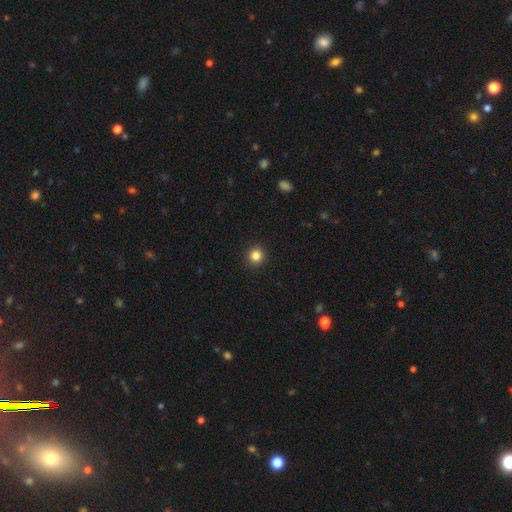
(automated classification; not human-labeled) Smooth or featured? smooth (84%)
How rounded? round (94%)
Merging? none (93%)